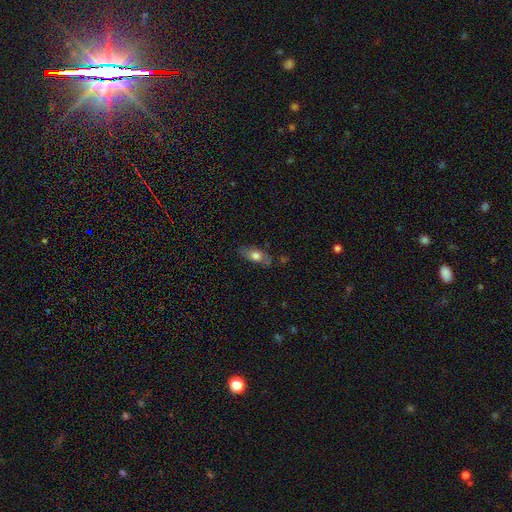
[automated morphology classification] Smooth or featured? Predicted: smooth (p=0.67). How rounded? Predicted: in between (p=0.78). Merging? Predicted: none (p=0.75).